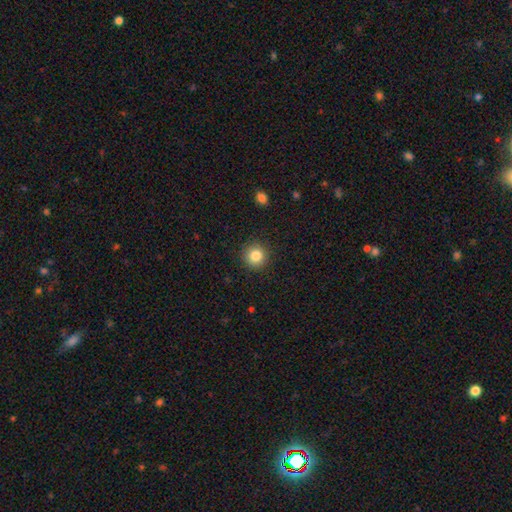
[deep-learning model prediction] Overall: smooth (84%). How rounded: round (94%). Merging: none (91%).